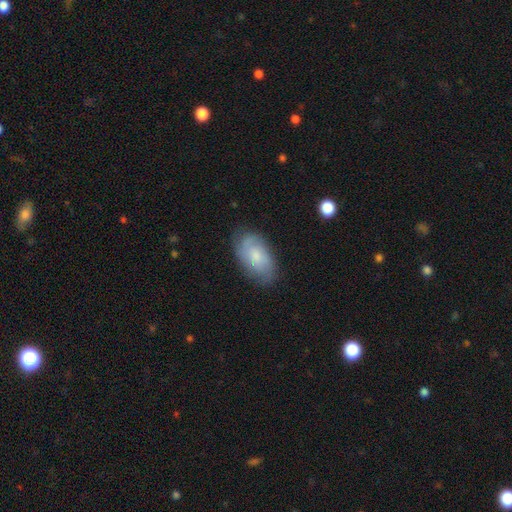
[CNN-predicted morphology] This appears to be a smooth galaxy with no disk features (50%) that is in between round and cigar-shaped (93%). Merging: none (73%).